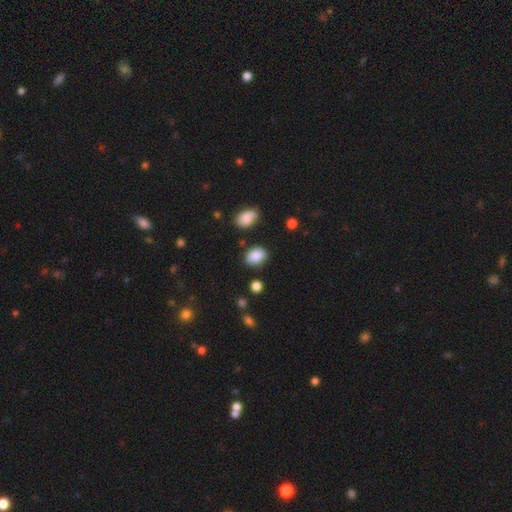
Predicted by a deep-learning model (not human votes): Smooth or featured: smooth — 80% (featured or disk — 11%)
How rounded: in between — 63% (round — 36%)
Merging: none — 74% (minor disturbance — 18%)